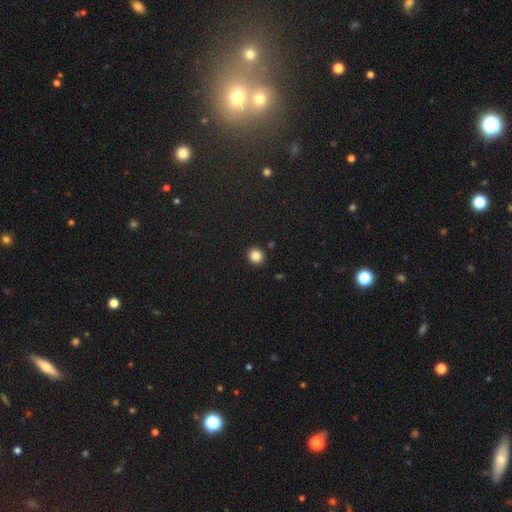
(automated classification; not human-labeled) Q: Smooth or featured?
A: smooth (85%); runner-up: star or artifact (11%)
Q: How rounded?
A: round (86%); runner-up: in between (13%)
Q: Merging?
A: none (90%); runner-up: minor disturbance (6%)